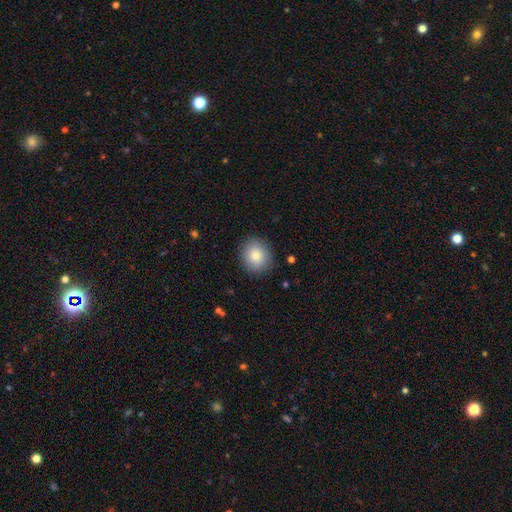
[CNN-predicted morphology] type=smooth (82%); roundness=round (83%); merging=none (89%).